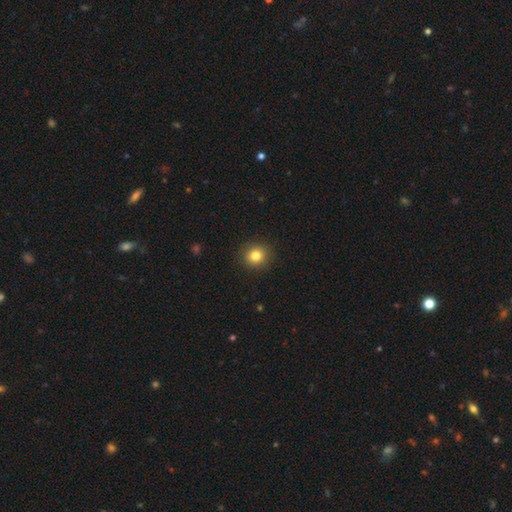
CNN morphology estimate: A smooth galaxy with no disk features (82%) that is round (88%).

Vote fractions:
- Smooth or featured? smooth: 82% / star or artifact: 11% / featured or disk: 7%
- How rounded? round: 88% / in between: 11% / cigar-shaped: 1%
- Merging? none: 91% / minor disturbance: 6% / major disturbance: 2% / merger: 1%